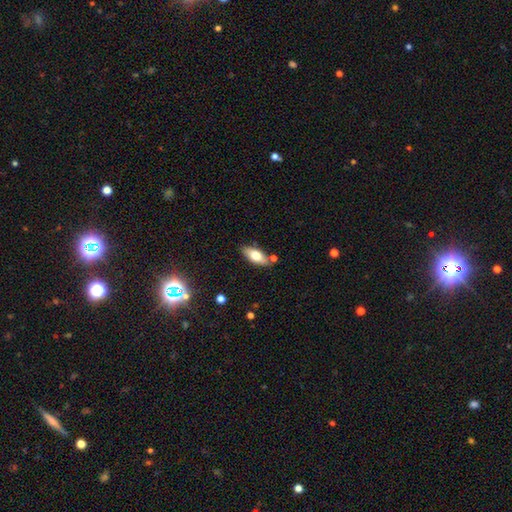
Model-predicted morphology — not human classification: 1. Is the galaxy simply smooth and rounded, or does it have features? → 69% smooth, 24% featured or disk, 7% star or artifact.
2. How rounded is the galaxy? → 81% in between, 16% cigar-shaped, 3% round.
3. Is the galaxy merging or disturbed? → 78% none, 13% minor disturbance, 6% merger, 3% major disturbance.